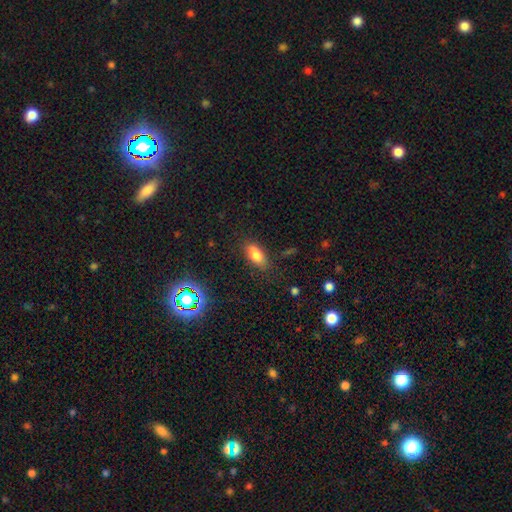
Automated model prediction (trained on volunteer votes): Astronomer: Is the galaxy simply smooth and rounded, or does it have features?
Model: smooth — 77%.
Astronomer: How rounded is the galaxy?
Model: in between — 84%.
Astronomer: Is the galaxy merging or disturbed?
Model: none — 74%.